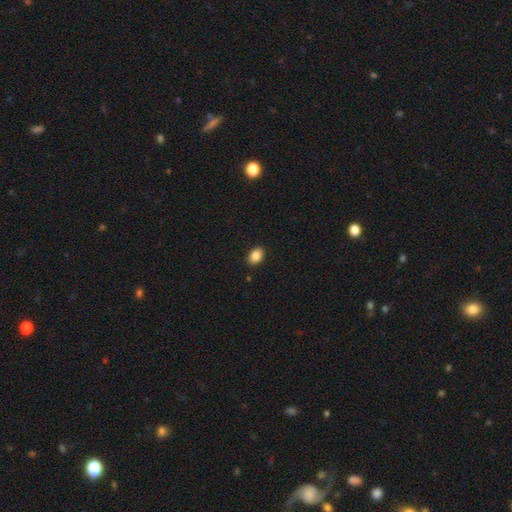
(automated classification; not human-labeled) Overall: smooth (87%). How rounded: in between (82%). Merging: none (88%).